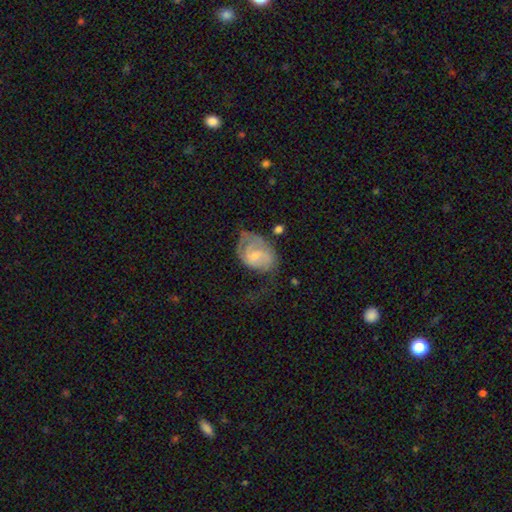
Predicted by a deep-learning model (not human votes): Q: Smooth or featured?
A: featured or disk (70%); runner-up: smooth (24%)
Q: Edge-on disk?
A: no (97%); runner-up: yes (3%)
Q: Bar?
A: weak (46%); runner-up: no (45%)
Q: Spiral arms?
A: yes (86%); runner-up: no (14%)
Q: Spiral winding?
A: tight (47%); runner-up: medium (37%)
Q: Spiral arm count?
A: 2 (48%); runner-up: can't tell (28%)
Q: Bulge size?
A: small (58%); runner-up: moderate (34%)
Q: Merging?
A: none (37%); runner-up: major disturbance (33%)